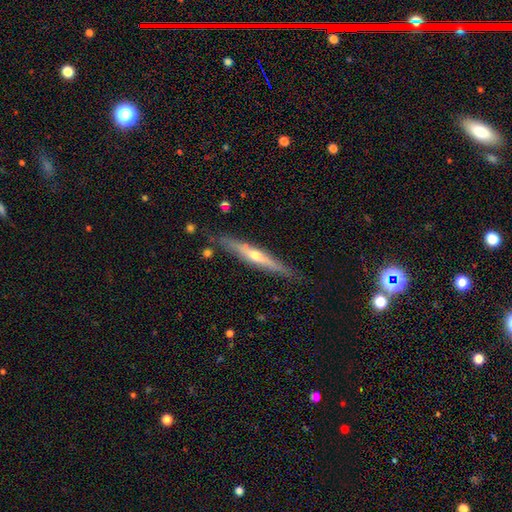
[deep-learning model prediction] This is likely a featured or disk galaxy (68%). It is clearly viewed edge-on (94%). Edge-on bulge: clearly rounded (81%). Merging: clearly none (84%).